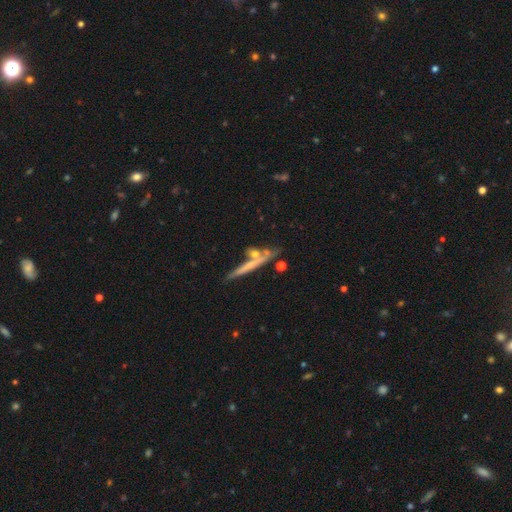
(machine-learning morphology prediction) Q: Smooth or featured?
A: featured or disk (51%); runner-up: smooth (42%)
Q: Edge-on disk?
A: yes (90%); runner-up: no (10%)
Q: Merging?
A: none (67%); runner-up: merger (16%)